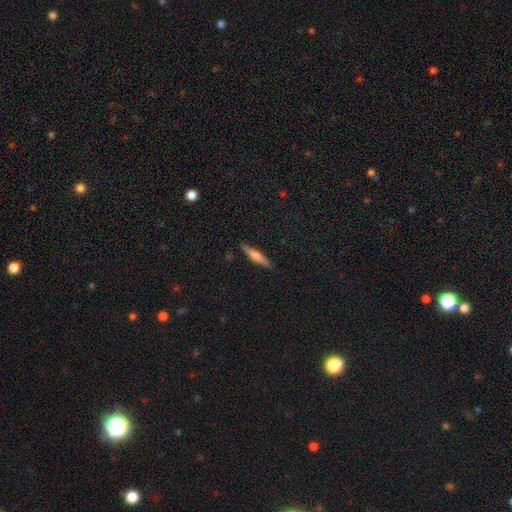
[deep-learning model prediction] This appears to be a smooth galaxy with no disk features (49%). Merging: none (88%).